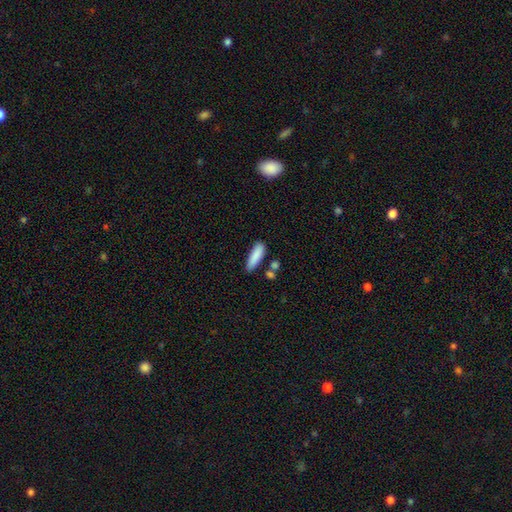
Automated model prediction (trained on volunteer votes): A smooth galaxy with no disk features (87%) that is cigar-shaped (56%).

Vote fractions:
- Smooth or featured? smooth: 87% / featured or disk: 7% / star or artifact: 6%
- How rounded? cigar-shaped: 56% / in between: 42% / round: 2%
- Merging? none: 73% / minor disturbance: 15% / merger: 8% / major disturbance: 3%